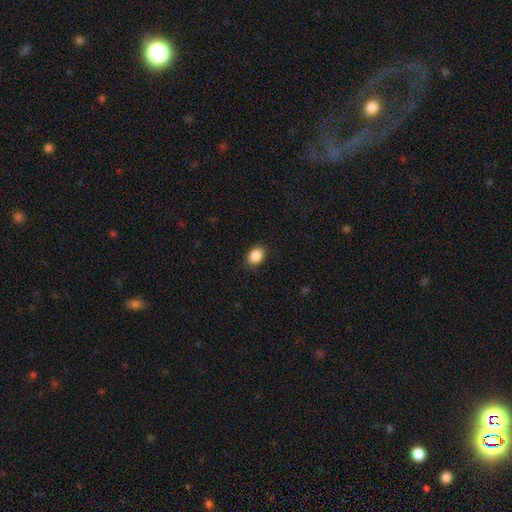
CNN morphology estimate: The model was most divided on "how rounded": in between: 73%, round: 26%, cigar-shaped: 1%. More confident: smooth or featured — smooth (88%); merging — none (88%).